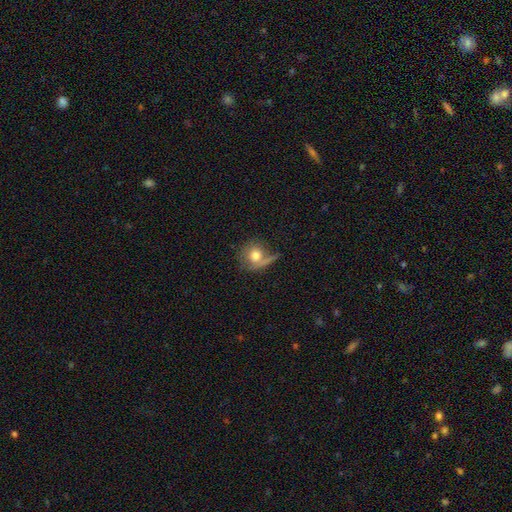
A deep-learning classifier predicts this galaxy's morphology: This appears to be a smooth galaxy with no disk features (69%) that is round (83%). Merging: none (50%).